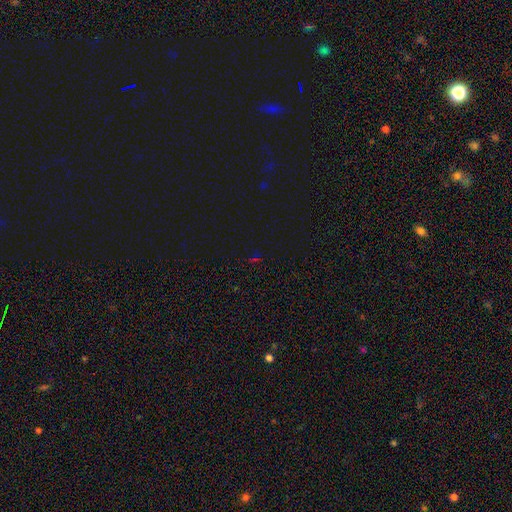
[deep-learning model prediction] The model was most divided on "smooth or featured": star or artifact: 73%, smooth: 19%, featured or disk: 8%.